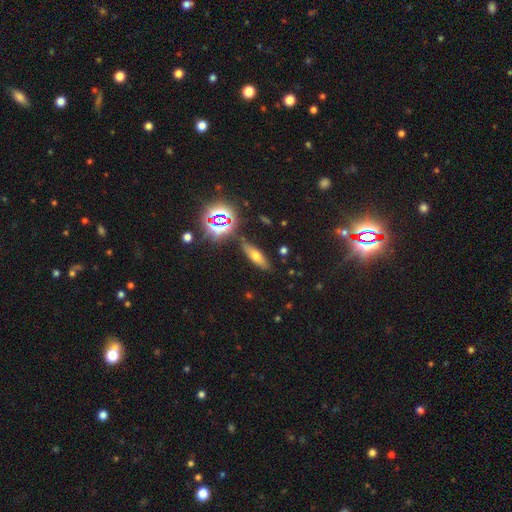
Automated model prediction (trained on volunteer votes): This appears to be a smooth galaxy with no disk features (54%) that is in between round and cigar-shaped (47%, tied with cigar-shaped). Merging: none (83%).